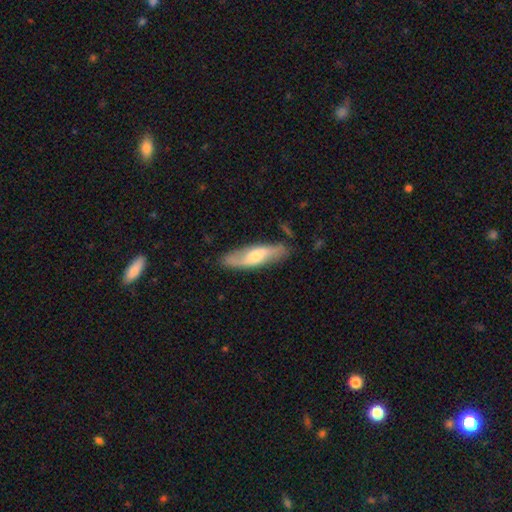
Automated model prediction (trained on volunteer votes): Smooth or featured?
  - featured or disk: 49% *
  - smooth: 46%
  - star or artifact: 5%
Merging?
  - none: 80% *
  - minor disturbance: 15%
  - major disturbance: 3%
  - merger: 2%